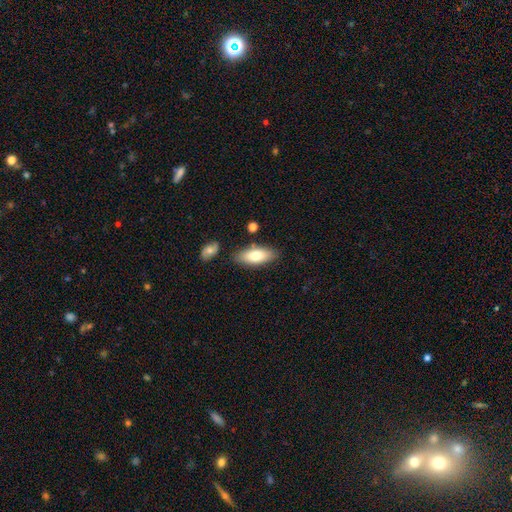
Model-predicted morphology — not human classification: Smooth or featured? Predicted: smooth (p=0.76). How rounded? Predicted: in between (p=0.79). Merging? Predicted: none (p=0.81).